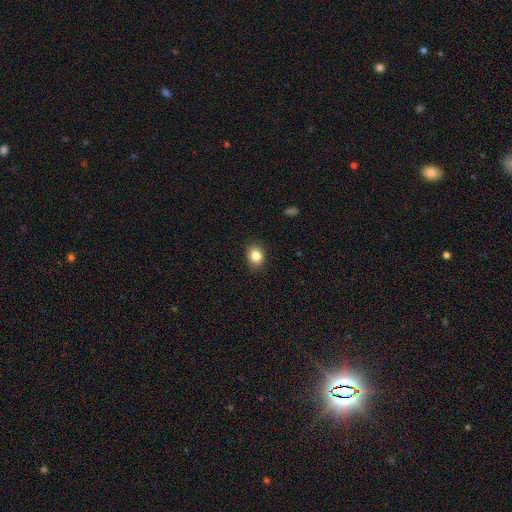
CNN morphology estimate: smooth_or_featured: smooth (p=0.84) [alt: star or artifact p=0.10]
how_rounded: round (p=0.51) [alt: in between p=0.49]
merging: none (p=0.87) [alt: minor disturbance p=0.10]